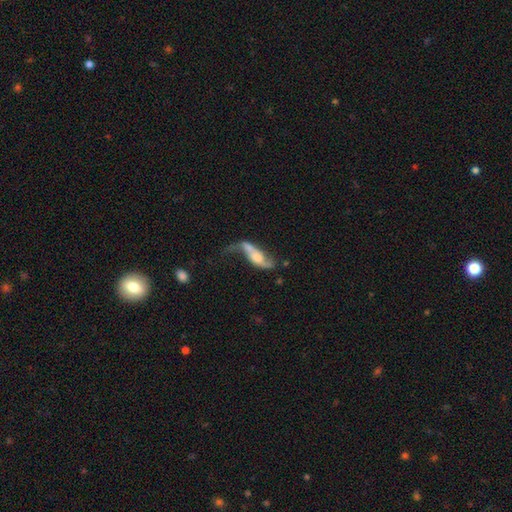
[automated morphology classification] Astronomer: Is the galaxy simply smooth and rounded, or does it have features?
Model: featured or disk — 71%.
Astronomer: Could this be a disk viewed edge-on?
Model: no — 84%.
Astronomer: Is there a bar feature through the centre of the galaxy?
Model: no — 55% (runner-up: weak, 31%).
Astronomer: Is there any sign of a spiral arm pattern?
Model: yes — 87%.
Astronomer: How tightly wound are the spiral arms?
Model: loose — 84%.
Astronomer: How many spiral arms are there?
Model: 2 — 85%.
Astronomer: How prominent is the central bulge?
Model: moderate — 33% (runner-up: large, 22%).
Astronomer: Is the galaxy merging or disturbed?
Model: none — 33% (runner-up: major disturbance, 29%).